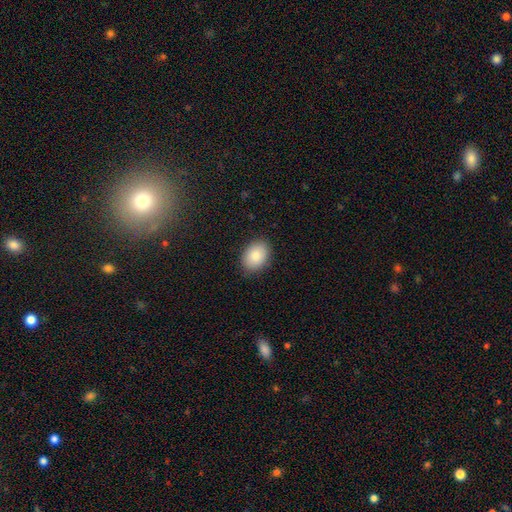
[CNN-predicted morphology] smooth_or_featured: smooth (p=0.86) [alt: star or artifact p=0.07]
how_rounded: in between (p=0.77) [alt: round p=0.22]
merging: none (p=0.87) [alt: minor disturbance p=0.10]